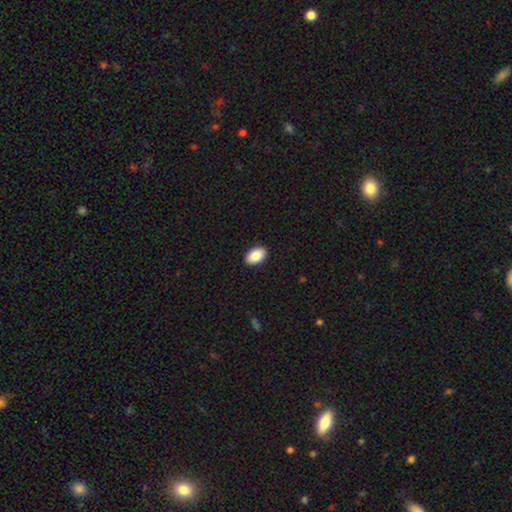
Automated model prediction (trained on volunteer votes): The model was most divided on "smooth or featured": smooth: 87%, star or artifact: 7%, featured or disk: 6%. More confident: how rounded — in between (91%); merging — none (91%).